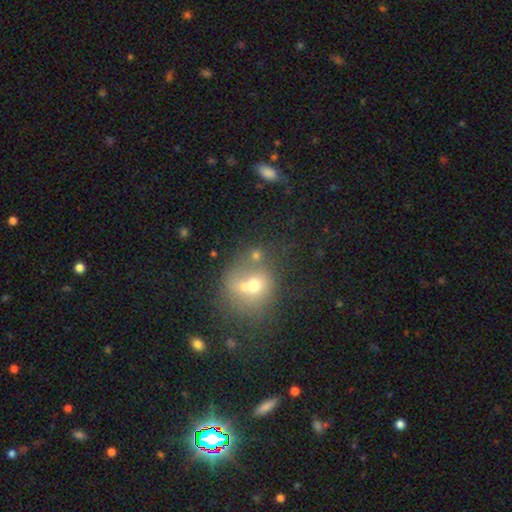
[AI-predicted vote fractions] Overall: smooth (61%). How rounded: round (72%). Merging: merger (54%; none 32%).